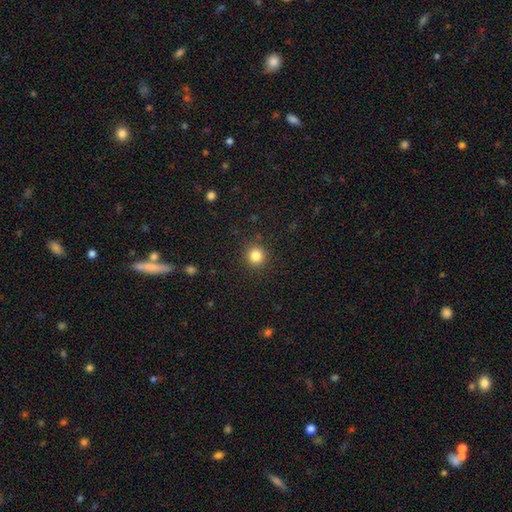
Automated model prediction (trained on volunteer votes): Q: Smooth or featured?
A: smooth (84%); runner-up: star or artifact (12%)
Q: How rounded?
A: round (93%); runner-up: in between (6%)
Q: Merging?
A: none (91%); runner-up: minor disturbance (6%)